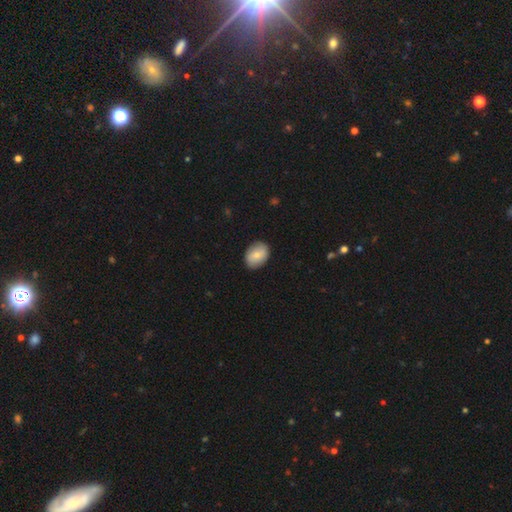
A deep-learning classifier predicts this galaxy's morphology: Q: Smooth or featured?
A: smooth (74%); runner-up: featured or disk (20%)
Q: How rounded?
A: in between (72%); runner-up: round (27%)
Q: Merging?
A: none (87%); runner-up: minor disturbance (10%)